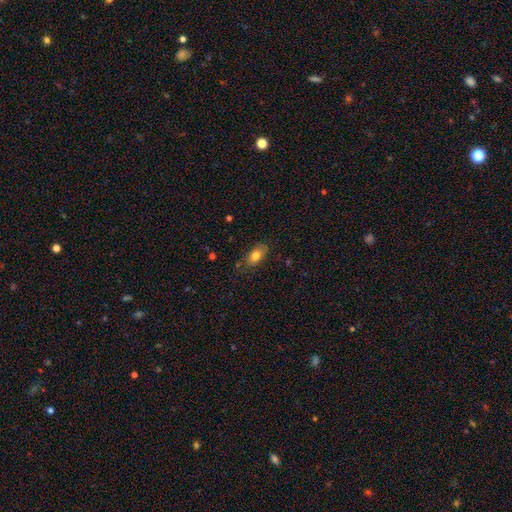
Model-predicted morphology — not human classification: smooth 78%, featured or disk 14%, star or artifact 9%. Down the decision tree: how rounded — in between (86%); merging — none (75%).